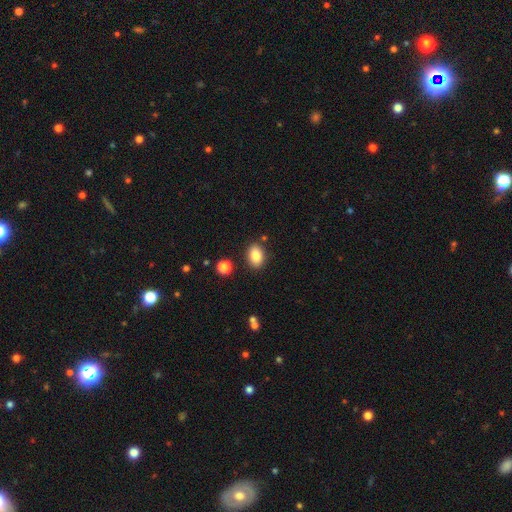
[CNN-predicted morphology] Overall: smooth (85%). How rounded: in between (80%). Merging: none (85%).